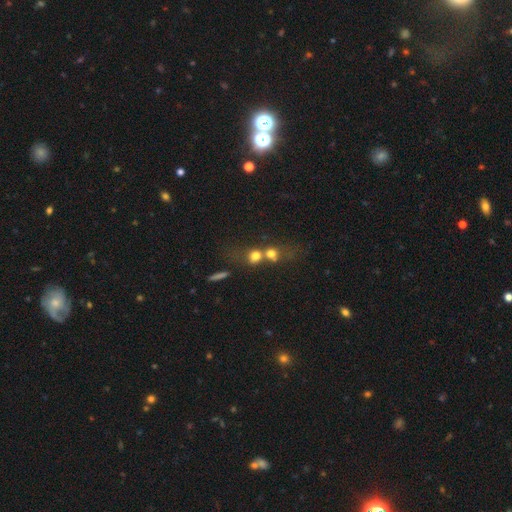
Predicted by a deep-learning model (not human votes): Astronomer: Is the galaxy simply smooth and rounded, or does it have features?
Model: smooth — 70%.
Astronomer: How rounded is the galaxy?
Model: round — 74%.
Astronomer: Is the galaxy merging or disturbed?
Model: merger — 61%.